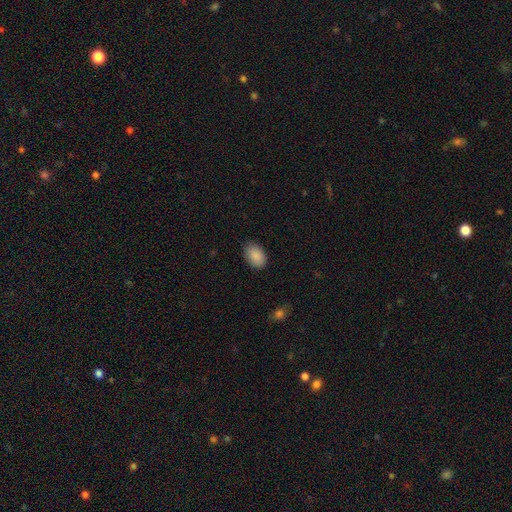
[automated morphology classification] Smooth or featured? smooth (89%)
How rounded? in between (90%)
Merging? none (85%)